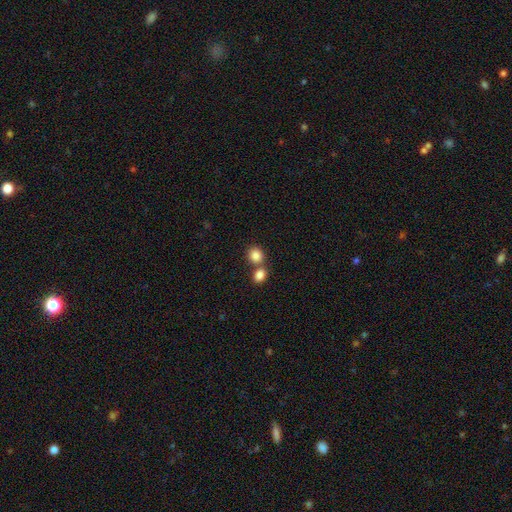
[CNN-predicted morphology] The model was most divided on "merging": none: 50%, merger: 40%, minor disturbance: 7%, major disturbance: 3%. More confident: smooth or featured — smooth (85%); how rounded — round (72%).